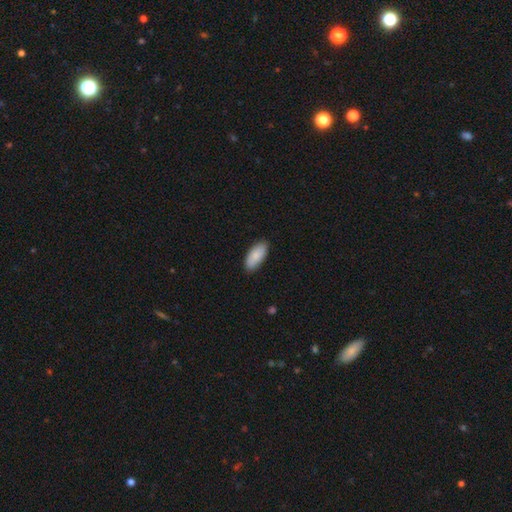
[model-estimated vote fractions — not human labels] smooth_or_featured: smooth (p=0.86) [alt: featured or disk p=0.09]
how_rounded: in between (p=0.90) [alt: cigar-shaped p=0.08]
merging: none (p=0.86) [alt: minor disturbance p=0.11]